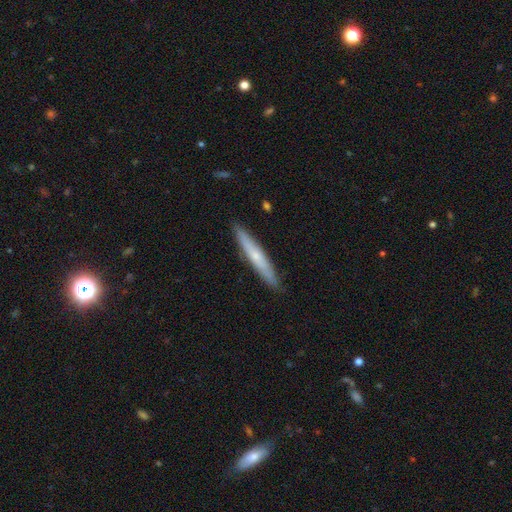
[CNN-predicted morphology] This appears to be a smooth galaxy with no disk features (52%) that is cigar-shaped (94%). Merging: none (90%).